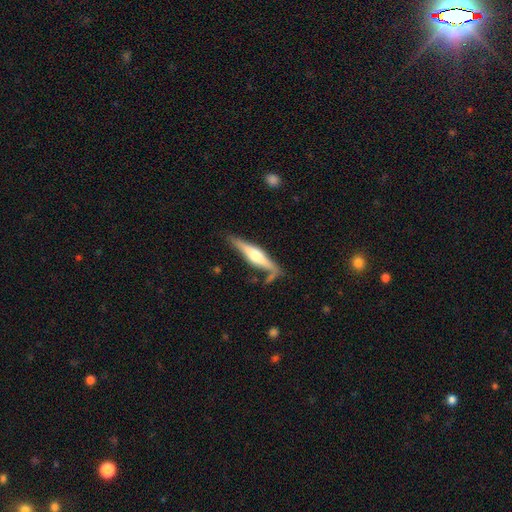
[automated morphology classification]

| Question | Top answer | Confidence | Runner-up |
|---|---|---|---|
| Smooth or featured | featured or disk | 65% | smooth (30%) |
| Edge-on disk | yes | 95% | no (5%) |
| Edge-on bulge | rounded | 86% | boxy (9%) |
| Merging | none | 69% | minor disturbance (18%) |